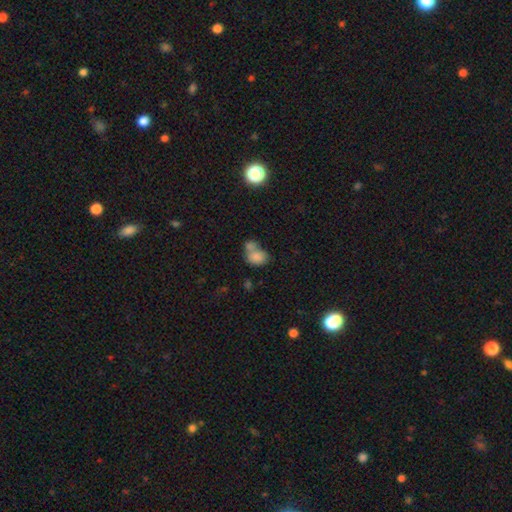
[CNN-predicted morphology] Smooth or featured: smooth — 80% (featured or disk — 10%)
How rounded: in between — 64% (round — 35%)
Merging: merger — 59% (none — 26%)